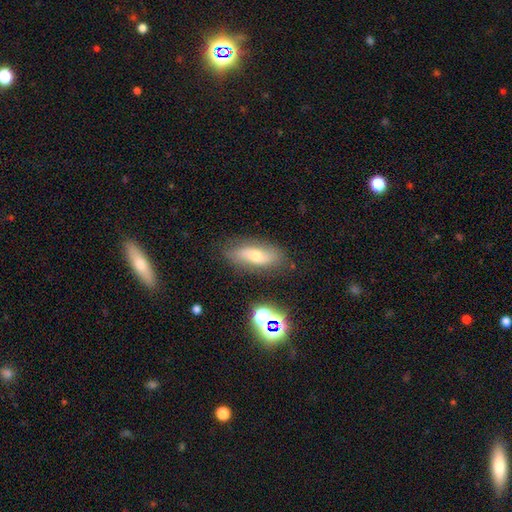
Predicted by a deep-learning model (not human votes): This appears to be a smooth galaxy with no disk features (50%). Merging: none (77%).